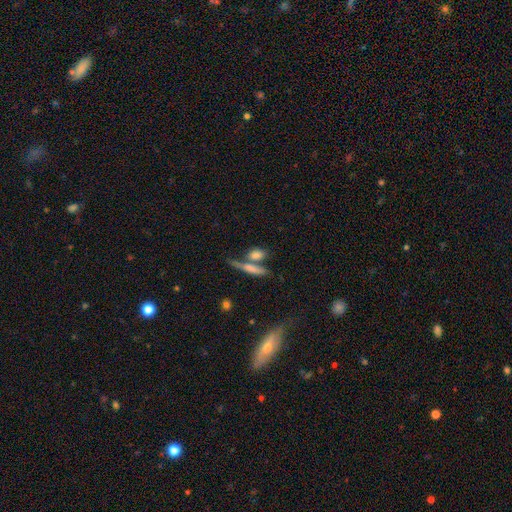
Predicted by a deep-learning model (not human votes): A smooth galaxy with no disk features (72%) that is in between round and cigar-shaped (51%).

Vote fractions:
- Smooth or featured? smooth: 72% / featured or disk: 20% / star or artifact: 8%
- How rounded? in between: 51% / cigar-shaped: 34% / round: 15%
- Merging? none: 48% / merger: 36% / minor disturbance: 11% / major disturbance: 5%